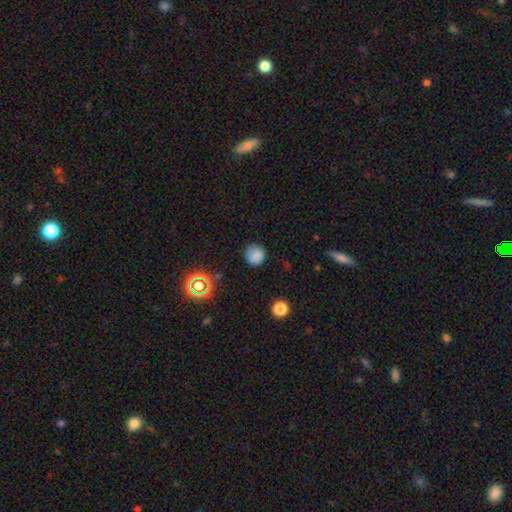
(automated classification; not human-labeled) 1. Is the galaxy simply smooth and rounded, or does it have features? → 80% smooth, 14% star or artifact, 6% featured or disk.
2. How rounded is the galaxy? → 89% round, 10% in between, 1% cigar-shaped.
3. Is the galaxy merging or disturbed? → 82% none, 13% minor disturbance, 4% major disturbance, 1% merger.